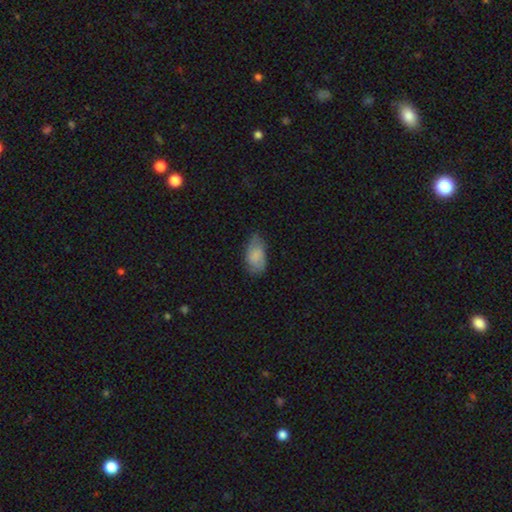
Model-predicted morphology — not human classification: Overall: smooth (79%). How rounded: in between (93%). Merging: none (58%; minor disturbance 33%).